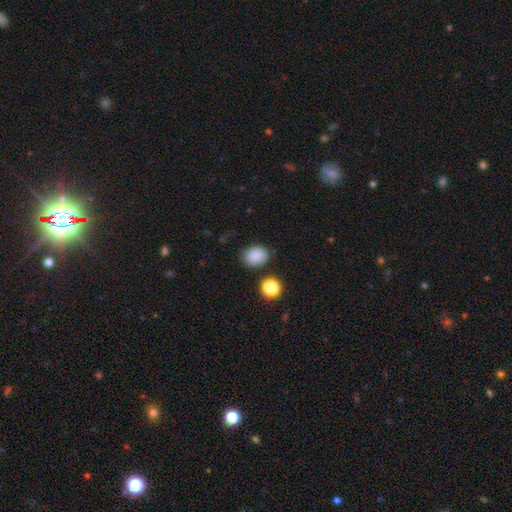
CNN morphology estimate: A smooth galaxy with no disk features (86%) that is in between round and cigar-shaped (55%).

Vote fractions:
- Smooth or featured? smooth: 86% / star or artifact: 10% / featured or disk: 4%
- How rounded? in between: 55% / round: 44% / cigar-shaped: 1%
- Merging? none: 81% / minor disturbance: 12% / merger: 3% / major disturbance: 3%